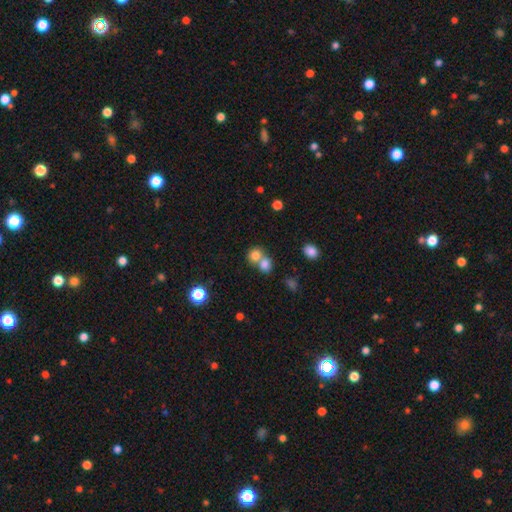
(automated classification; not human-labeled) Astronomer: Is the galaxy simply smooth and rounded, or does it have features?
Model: smooth — 79%.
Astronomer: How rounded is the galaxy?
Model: round — 74%.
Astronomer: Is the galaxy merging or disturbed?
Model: merger — 55% (runner-up: none, 36%).